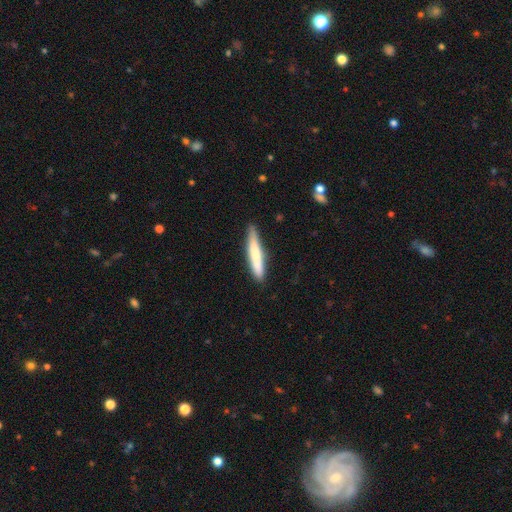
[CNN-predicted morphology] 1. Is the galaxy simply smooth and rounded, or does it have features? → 73% smooth, 22% featured or disk, 5% star or artifact.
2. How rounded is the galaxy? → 92% cigar-shaped, 7% in between, 1% round.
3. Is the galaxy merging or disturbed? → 82% none, 14% minor disturbance, 2% major disturbance, 2% merger.